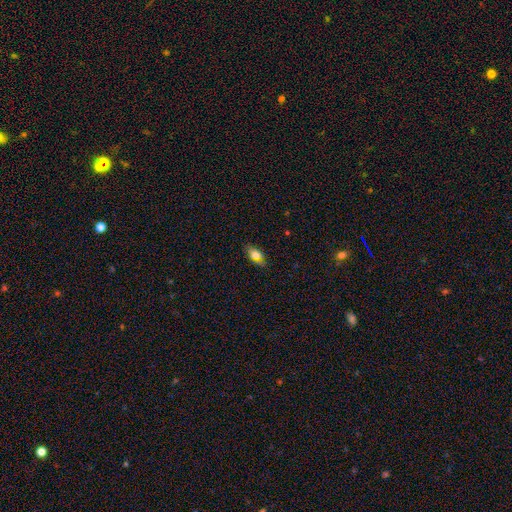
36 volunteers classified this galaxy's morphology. type=smooth (78%); roundness=in between (93%); merging=none (76%).